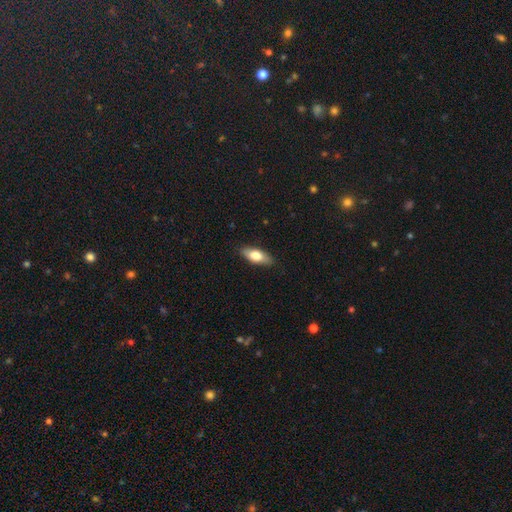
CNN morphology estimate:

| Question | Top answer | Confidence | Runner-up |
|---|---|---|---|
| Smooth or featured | smooth | 72% | featured or disk (22%) |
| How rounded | in between | 79% | cigar-shaped (18%) |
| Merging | none | 87% | minor disturbance (10%) |